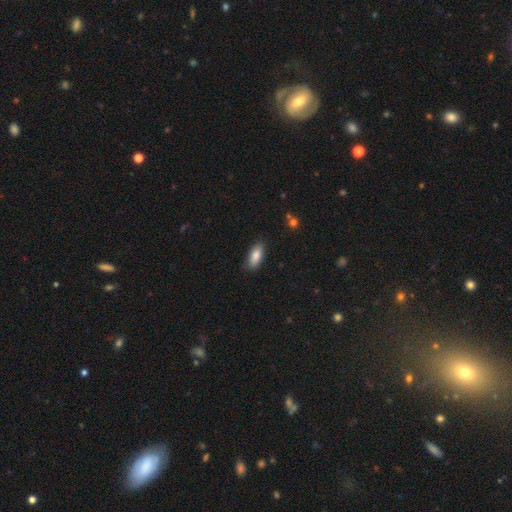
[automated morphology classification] type=smooth (85%); roundness=in between (84%); merging=none (82%).